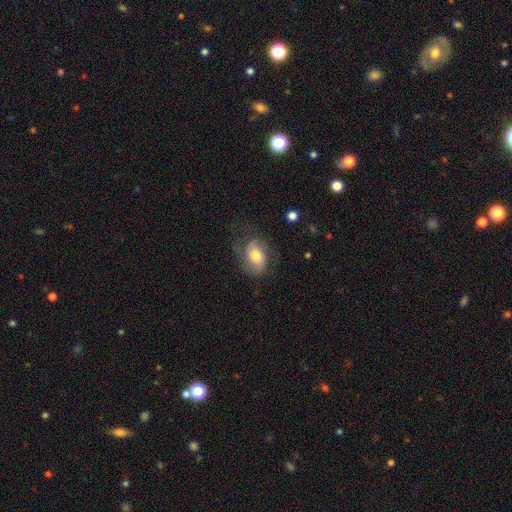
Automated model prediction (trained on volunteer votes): smooth-or-featured: featured or disk: 52% | smooth: 40% | star or artifact: 8%
  disk-edge-on: no: 96% | yes: 4%
    bar: no: 64% | weak: 28% | strong: 8%
    has-spiral-arms: yes: 85% | no: 15%
    bulge-size: moderate: 57% | large: 21% | small: 17% | dominant: 3% | none: 3%
  merging: none: 57% | minor disturbance: 23% | major disturbance: 18% | merger: 2%